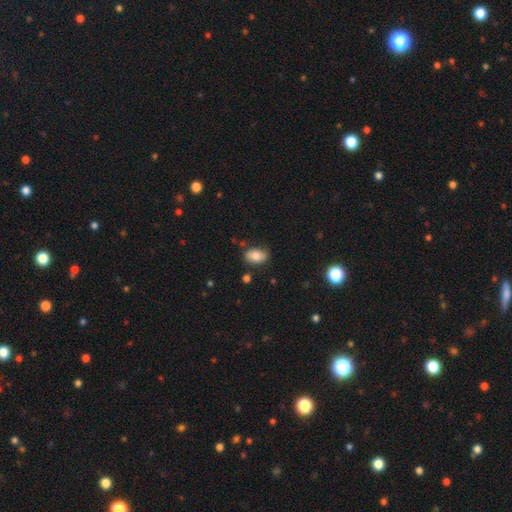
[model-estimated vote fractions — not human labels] smooth 79%, featured or disk 13%, star or artifact 8%. Down the decision tree: how rounded — in between (87%); merging — none (78%).